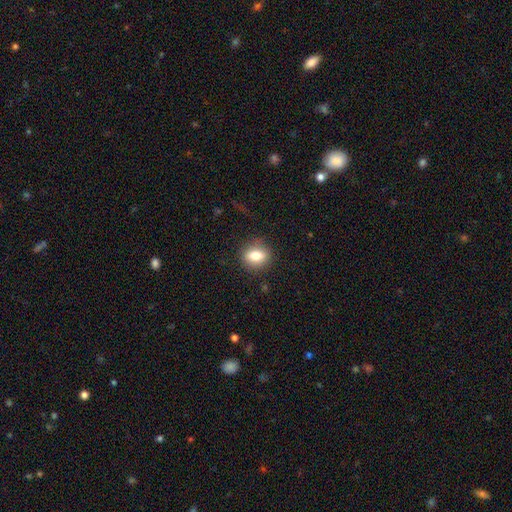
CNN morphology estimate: type=smooth (79%); roundness=in between (49%, tied with round); merging=none (86%).